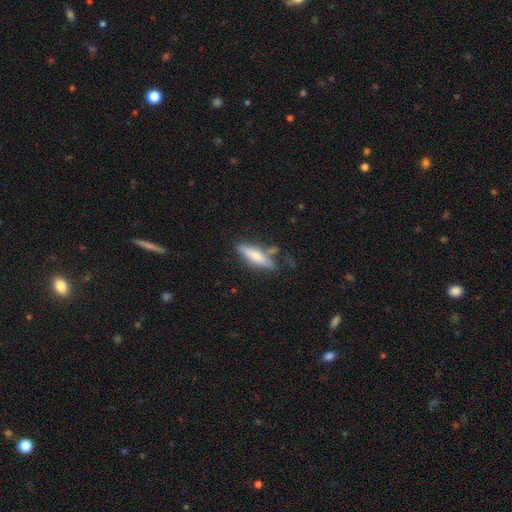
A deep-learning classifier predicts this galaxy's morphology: smooth_or_featured: smooth (p=0.66) [alt: featured or disk p=0.28]
how_rounded: cigar-shaped (p=0.72) [alt: in between p=0.27]
merging: none (p=0.67) [alt: minor disturbance p=0.19]